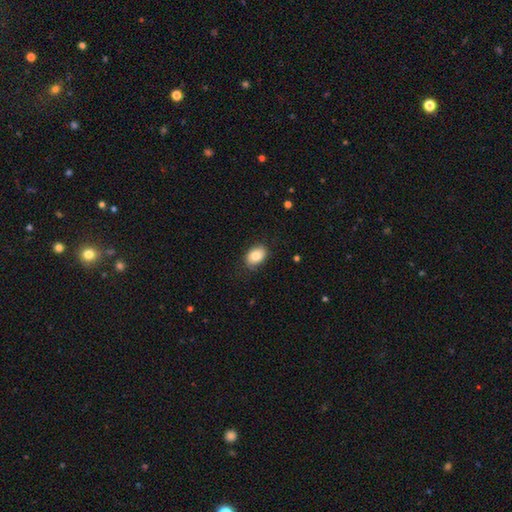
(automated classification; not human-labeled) Smooth or featured? Predicted: smooth (p=0.82). How rounded? Predicted: in between (p=0.80). Merging? Predicted: none (p=0.79).